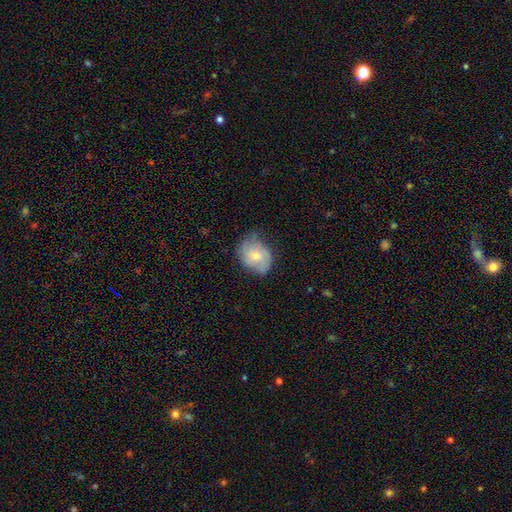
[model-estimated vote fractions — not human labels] The model was most divided on "merging": none: 50%, minor disturbance: 38%, major disturbance: 11%, merger: 2%. More confident: how rounded — in between (60%); smooth or featured — smooth (54%).